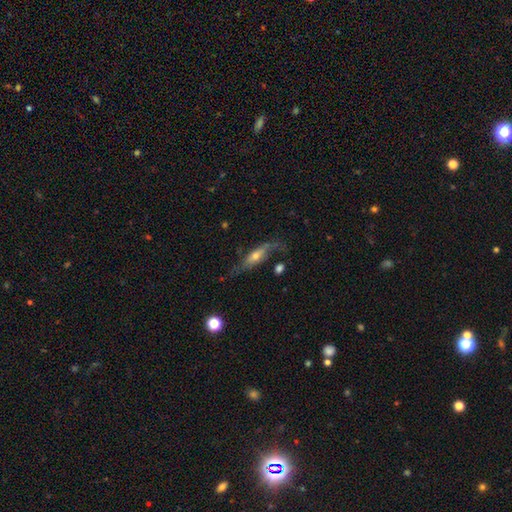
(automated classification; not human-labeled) This appears to be a featured or disk galaxy (63%). Merging: none (53%).